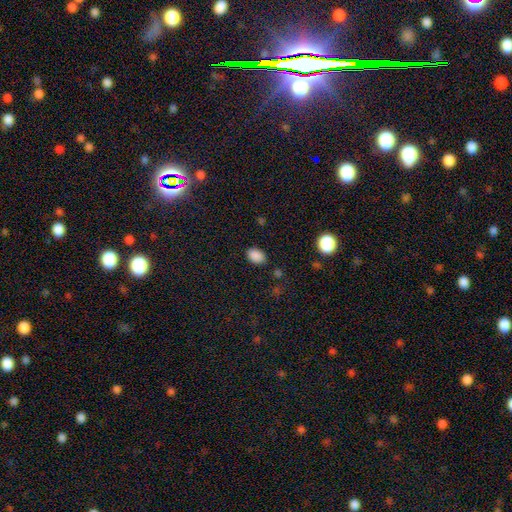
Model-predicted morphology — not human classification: type=smooth (87%); roundness=in between (82%); merging=none (85%).